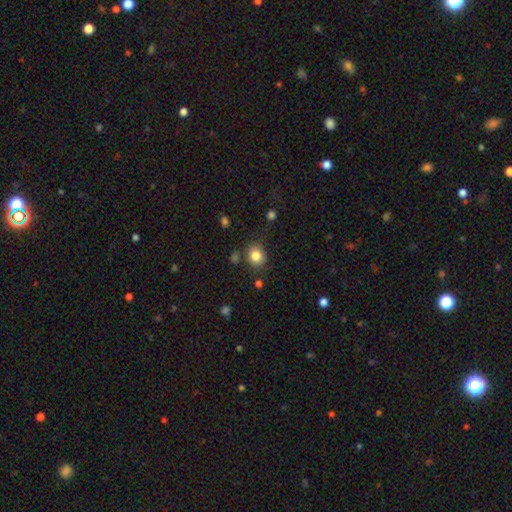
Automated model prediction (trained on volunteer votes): Smooth or featured: smooth — 83% (star or artifact — 11%)
How rounded: round — 76% (in between — 24%)
Merging: none — 79% (minor disturbance — 13%)